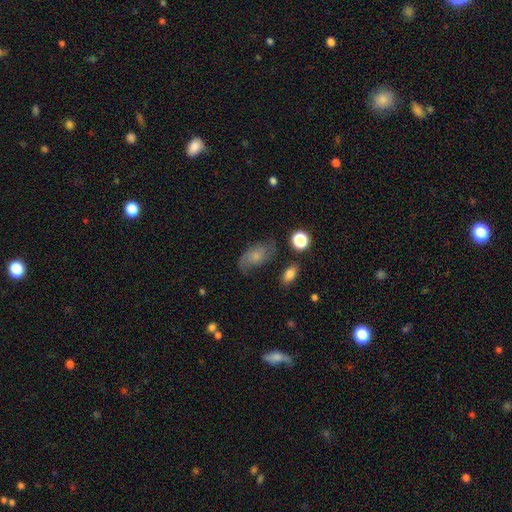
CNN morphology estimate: Smooth or featured: featured or disk — 56% (smooth — 33%)
Edge-on disk: no — 95% (yes — 5%)
Bar: no — 73% (weak — 23%)
Spiral arms: yes — 88% (no — 12%)
Bulge size: small — 51% (moderate — 26%)
Merging: none — 67% (minor disturbance — 20%)